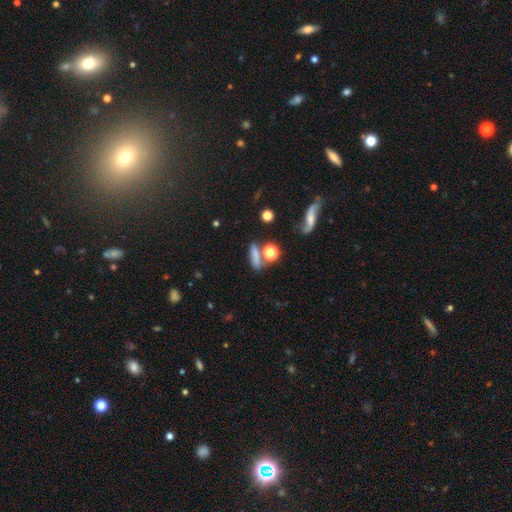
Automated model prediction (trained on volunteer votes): Overall: smooth (70%). How rounded: cigar-shaped (43%; in between 35%). Merging: none (56%; merger 21%).